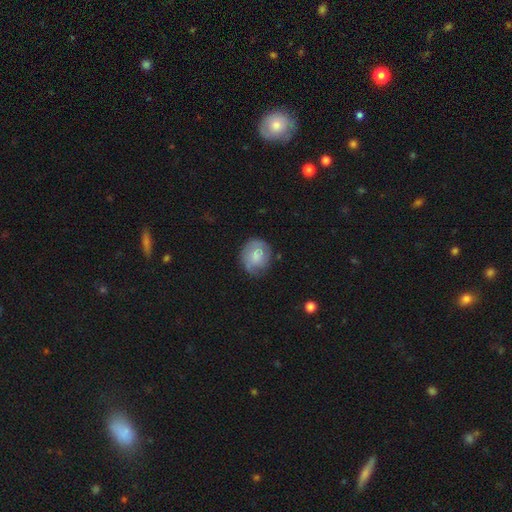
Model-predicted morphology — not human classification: smooth_or_featured: smooth (p=0.57) [alt: featured or disk p=0.36]
how_rounded: round (p=0.74) [alt: in between p=0.25]
merging: none (p=0.66) [alt: minor disturbance p=0.24]